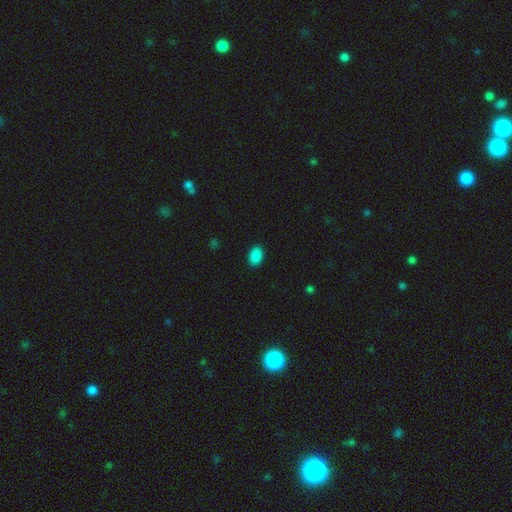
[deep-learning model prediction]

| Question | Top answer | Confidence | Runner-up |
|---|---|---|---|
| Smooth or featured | smooth | 88% | star or artifact (9%) |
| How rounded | in between | 84% | round (14%) |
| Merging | none | 89% | minor disturbance (8%) |